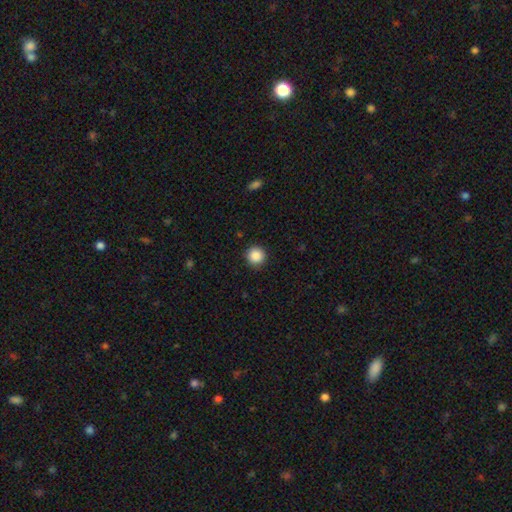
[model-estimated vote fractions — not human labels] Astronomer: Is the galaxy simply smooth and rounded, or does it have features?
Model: smooth — 88%.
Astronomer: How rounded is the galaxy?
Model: round — 95%.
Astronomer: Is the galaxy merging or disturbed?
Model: none — 91%.